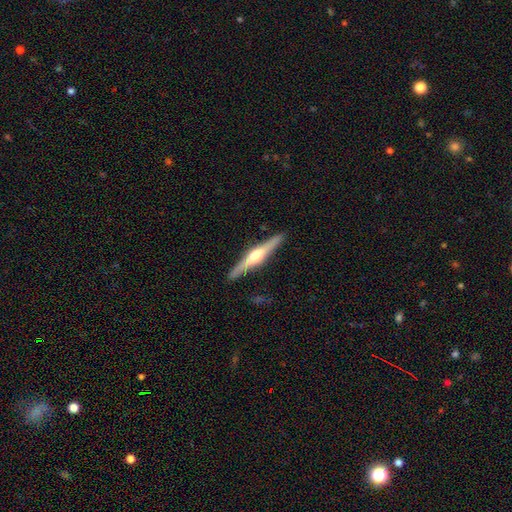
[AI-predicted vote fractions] smooth-or-featured: featured or disk: 74% | smooth: 21% | star or artifact: 5%
  disk-edge-on: yes: 98% | no: 2%
    edge-on-bulge: rounded: 89% | boxy: 7% | none: 4%
  merging: none: 90% | minor disturbance: 7% | major disturbance: 1% | merger: 1%